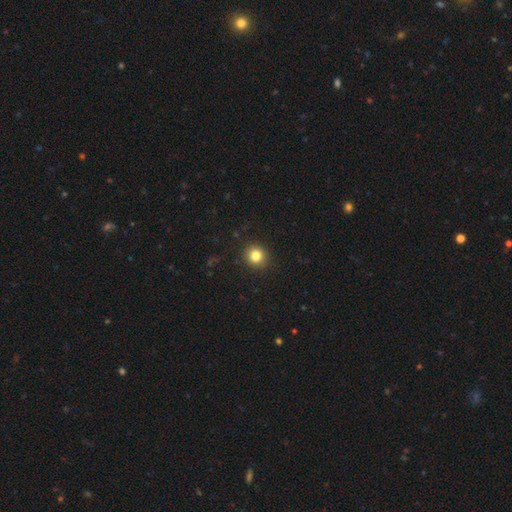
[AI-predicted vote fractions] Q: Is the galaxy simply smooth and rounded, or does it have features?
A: smooth — 82%.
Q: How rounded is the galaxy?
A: round — 91%.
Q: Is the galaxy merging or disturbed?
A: none — 91%.